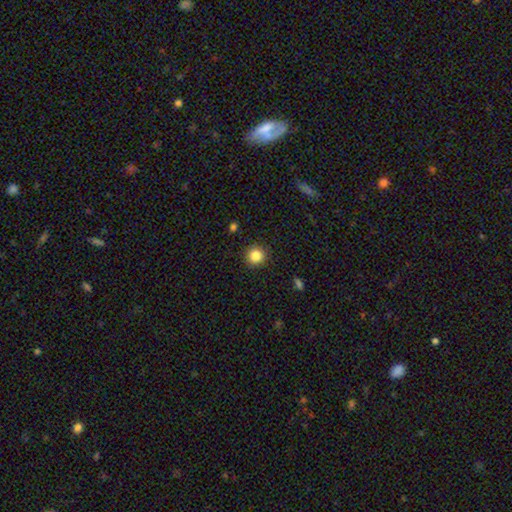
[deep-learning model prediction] Smooth or featured?
  - smooth: 84% *
  - star or artifact: 11%
  - featured or disk: 5%
How rounded?
  - round: 94% *
  - in between: 5%
  - cigar-shaped: 1%
Merging?
  - none: 91% *
  - minor disturbance: 6%
  - major disturbance: 2%
  - merger: 1%